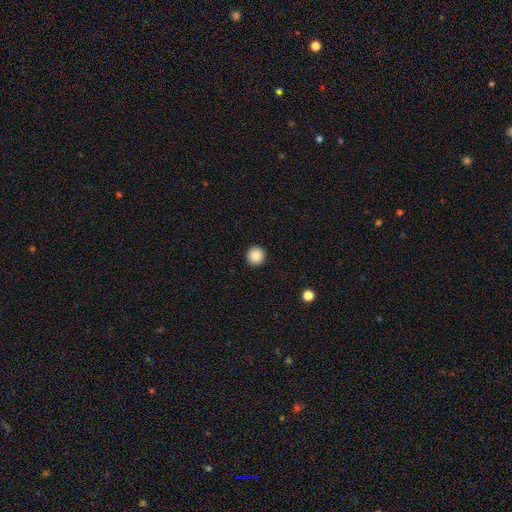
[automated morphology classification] The model was most divided on "smooth or featured": smooth: 88%, star or artifact: 9%, featured or disk: 3%. More confident: how rounded — round (95%); merging — none (93%).